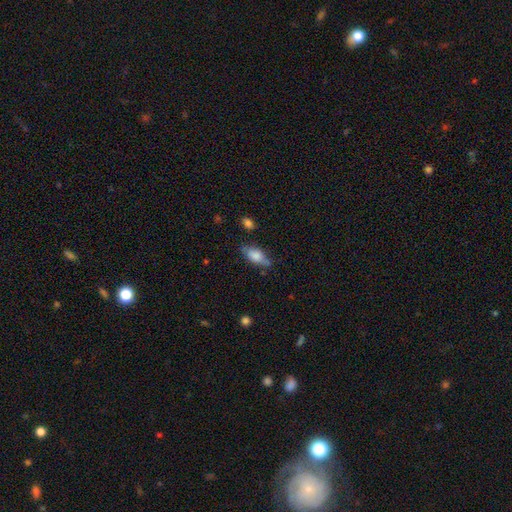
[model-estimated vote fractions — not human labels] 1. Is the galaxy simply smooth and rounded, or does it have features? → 71% smooth, 22% featured or disk, 8% star or artifact.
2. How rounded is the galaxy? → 80% in between, 16% cigar-shaped, 4% round.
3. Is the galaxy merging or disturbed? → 66% none, 24% minor disturbance, 6% major disturbance, 4% merger.